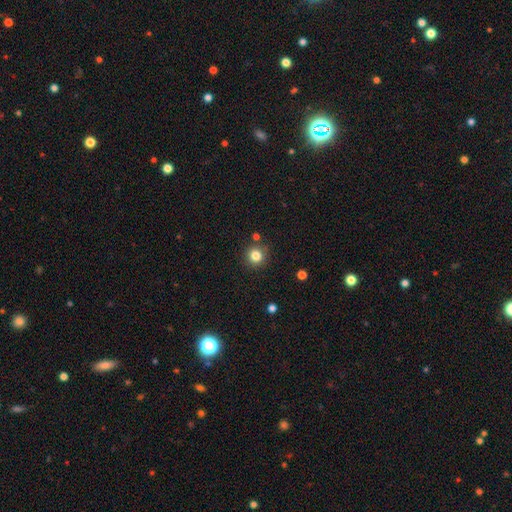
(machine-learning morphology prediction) A smooth galaxy with no disk features (82%) that is round (93%). Merging: none (86%).